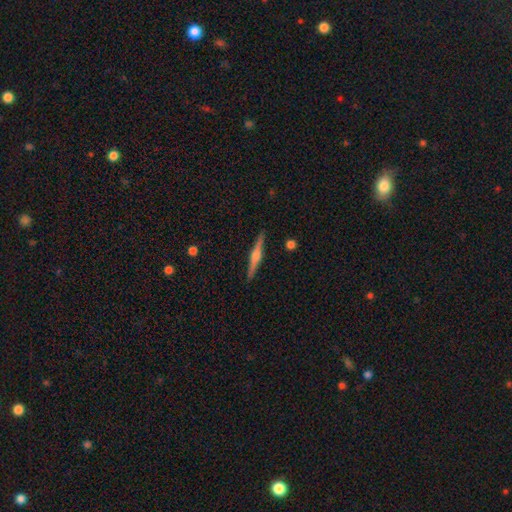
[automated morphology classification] Smooth or featured? featured or disk (76%)
Edge-on disk? yes (98%)
Edge-on bulge? rounded (88%)
Merging? none (92%)